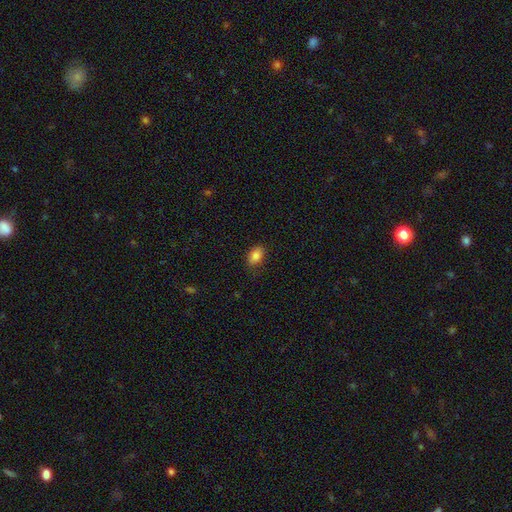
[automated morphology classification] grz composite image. It shows a smooth galaxy with no disk features (85%) that is in between round and cigar-shaped (86%). Merging: none (81%).